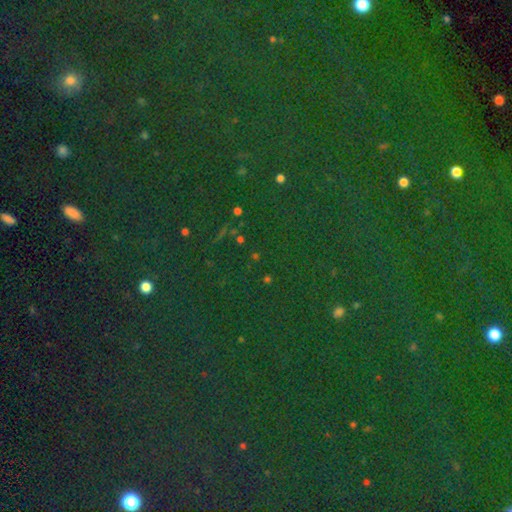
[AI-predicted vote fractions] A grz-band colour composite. It shows a star or artifact, not a galaxy (77%).